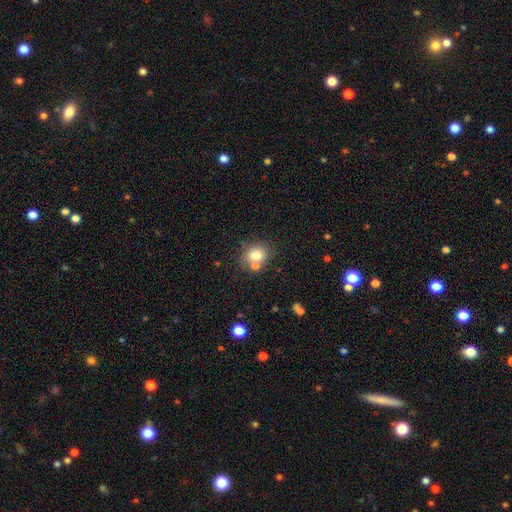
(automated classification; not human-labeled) smooth 76%, featured or disk 13%, star or artifact 11%. Down the decision tree: how rounded — round (60%); merging — none (60%).